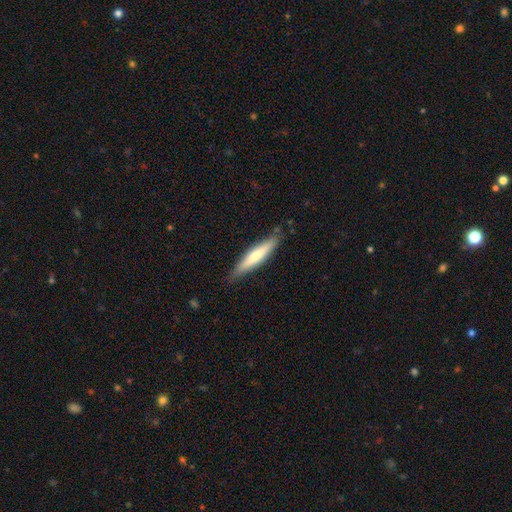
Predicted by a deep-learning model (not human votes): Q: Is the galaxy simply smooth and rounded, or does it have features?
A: smooth — 63%.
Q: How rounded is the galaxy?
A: cigar-shaped — 87%.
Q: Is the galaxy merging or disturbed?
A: none — 85%.